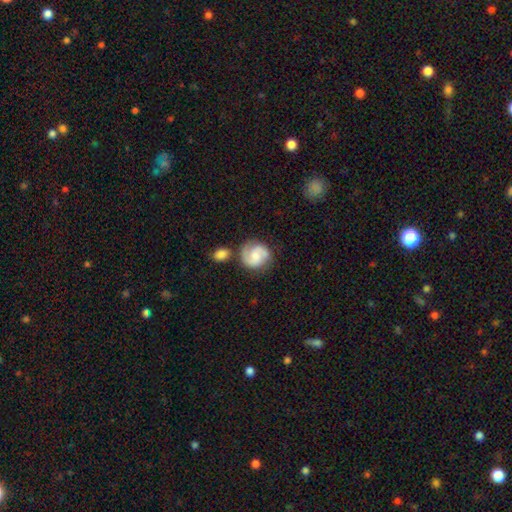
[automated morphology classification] smooth_or_featured: featured or disk (p=0.75) [alt: smooth p=0.19]
disk_edge_on: no (p=0.98) [alt: yes p=0.02]
bar: no (p=0.52) [alt: weak p=0.39]
has_spiral_arms: yes (p=0.96) [alt: no p=0.04]
spiral_winding: medium (p=0.49) [alt: tight p=0.35]
spiral_arm_count: 2 (p=0.86) [alt: can't tell p=0.05]
bulge_size: moderate (p=0.41) [tied with: small p=0.41]
merging: none (p=0.64) [alt: minor disturbance p=0.17]